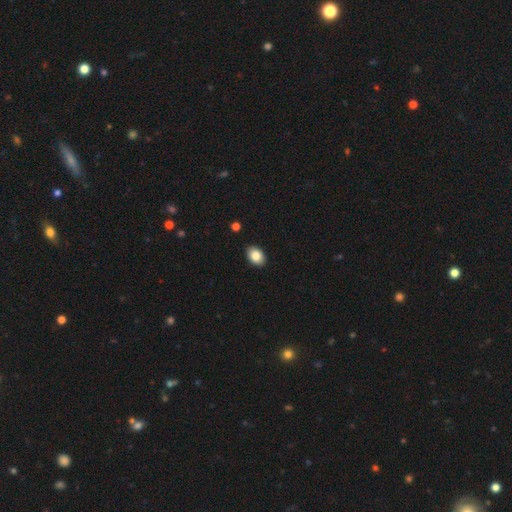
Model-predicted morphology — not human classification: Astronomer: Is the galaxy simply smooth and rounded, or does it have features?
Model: smooth — 85%.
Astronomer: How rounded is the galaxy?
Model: in between — 82%.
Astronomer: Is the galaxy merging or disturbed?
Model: none — 90%.